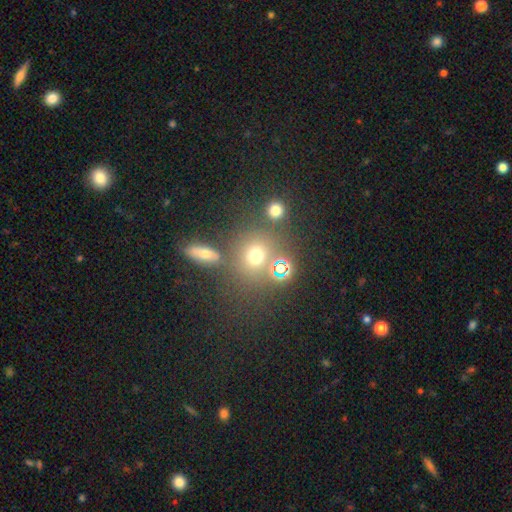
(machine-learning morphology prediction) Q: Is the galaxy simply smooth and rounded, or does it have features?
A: smooth — 66%.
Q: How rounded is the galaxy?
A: round — 78%.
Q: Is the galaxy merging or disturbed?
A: none — 70%.